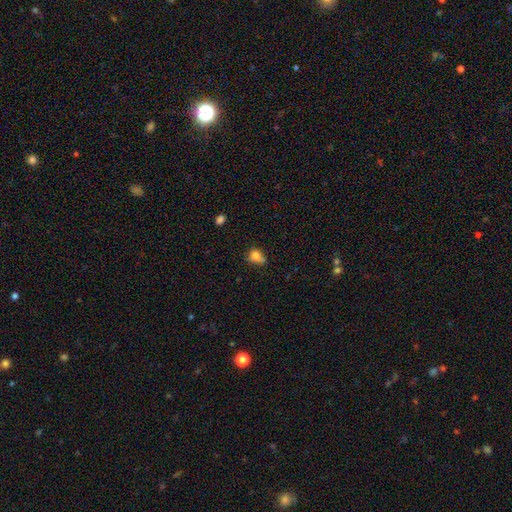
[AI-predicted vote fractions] smooth_or_featured: smooth (p=0.77) [alt: star or artifact p=0.12]
how_rounded: in between (p=0.52) [alt: round p=0.46]
merging: none (p=0.42) [alt: minor disturbance p=0.37]